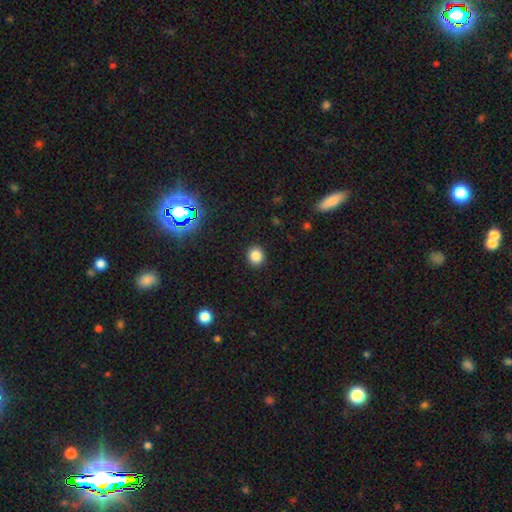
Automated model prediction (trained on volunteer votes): This is clearly a smooth galaxy (84%). How rounded: clearly round (83%). Merging: clearly none (91%).